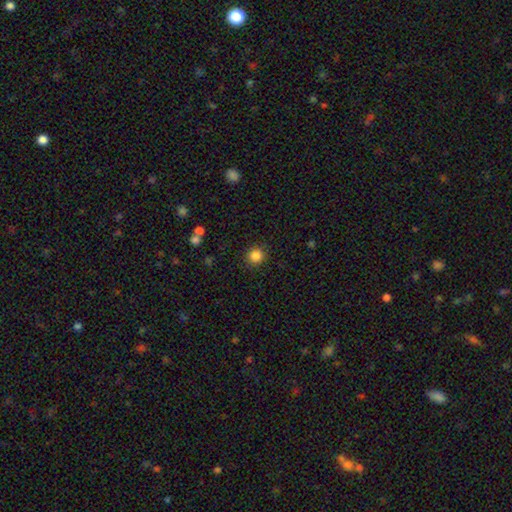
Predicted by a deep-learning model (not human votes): Smooth or featured? smooth (86%)
How rounded? round (92%)
Merging? none (90%)